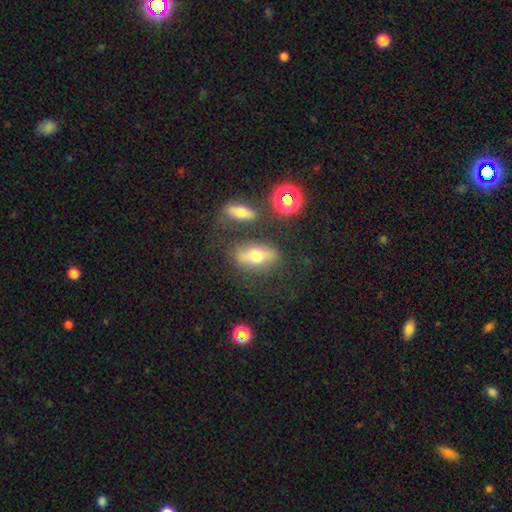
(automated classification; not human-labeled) Morphology: type=smooth (52%); roundness=in between (76%); merging=none (72%).